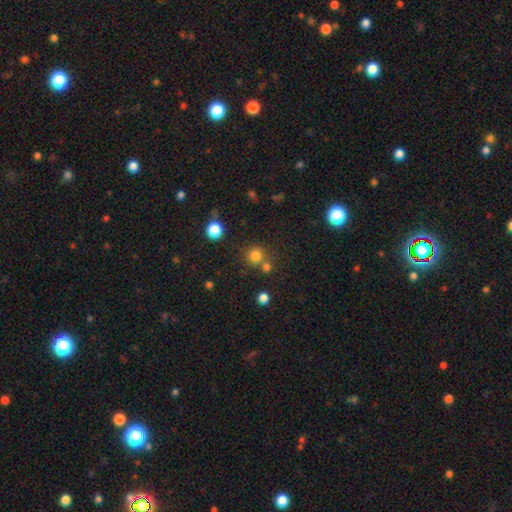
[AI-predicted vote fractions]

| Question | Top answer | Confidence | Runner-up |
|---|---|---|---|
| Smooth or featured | smooth | 77% | star or artifact (17%) |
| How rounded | round | 91% | in between (8%) |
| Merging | none | 67% | merger (21%) |